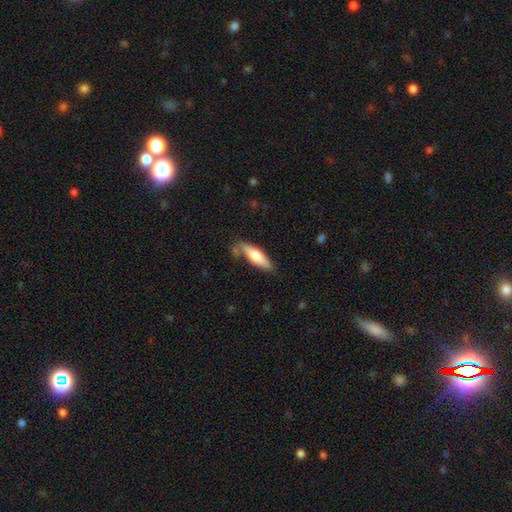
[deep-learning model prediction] A smooth galaxy with no disk features (66%) that is cigar-shaped (58%).

Vote fractions:
- Smooth or featured? smooth: 66% / featured or disk: 29% / star or artifact: 6%
- How rounded? cigar-shaped: 58% / in between: 40% / round: 2%
- Merging? none: 64% / minor disturbance: 22% / merger: 8% / major disturbance: 6%